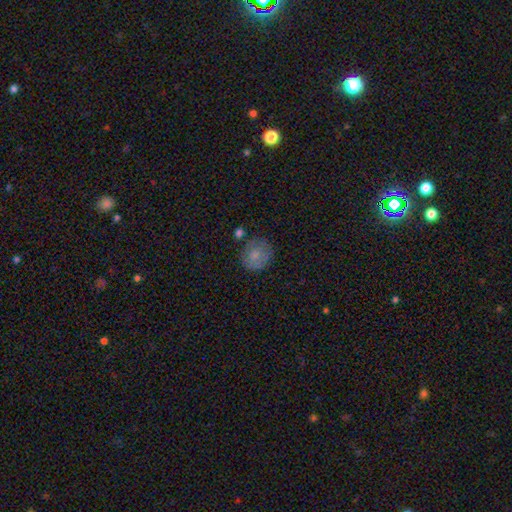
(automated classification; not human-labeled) smooth 73%, featured or disk 19%, star or artifact 8%. Down the decision tree: how rounded — round (81%); merging — none (70%).